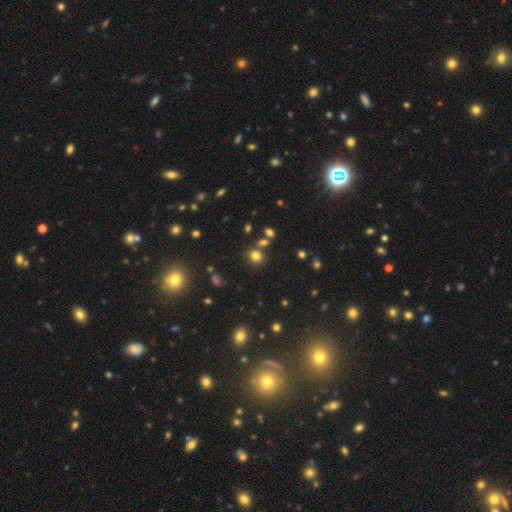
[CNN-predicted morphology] Overall: smooth (74%). How rounded: round (65%; in between 34%). Merging: none (74%).